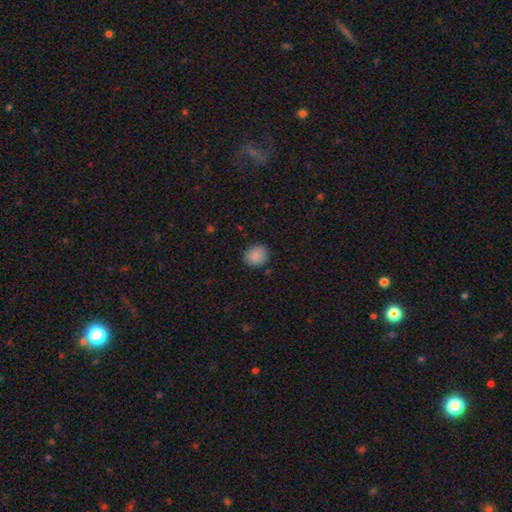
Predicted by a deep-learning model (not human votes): The model was most divided on "how rounded": round: 75%, in between: 24%, cigar-shaped: 1%. More confident: smooth or featured — smooth (87%); merging — none (87%).